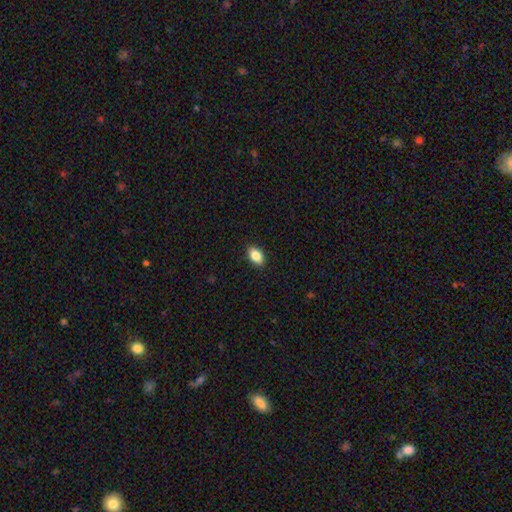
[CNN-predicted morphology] smooth-or-featured: smooth: 83% | featured or disk: 9% | star or artifact: 8%
  how-rounded: in between: 89% | round: 8% | cigar-shaped: 3%
  merging: none: 90% | minor disturbance: 8% | major disturbance: 2% | merger: 1%